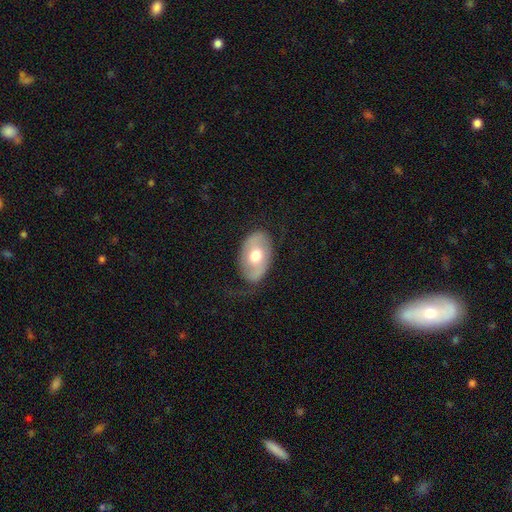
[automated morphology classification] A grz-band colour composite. It shows a smooth galaxy with no disk features (48%). Merging: none (67%).